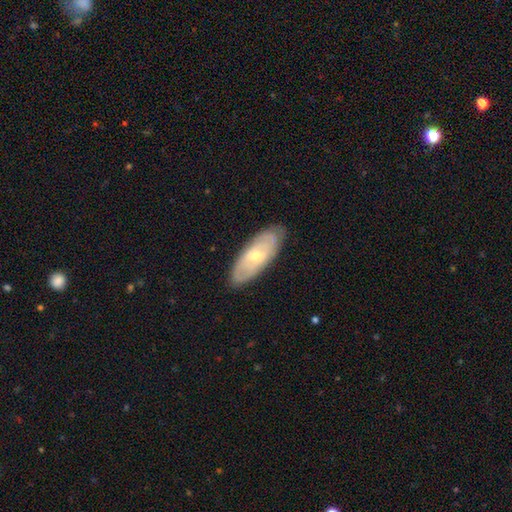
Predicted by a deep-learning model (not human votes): This is possibly a featured or disk galaxy (60%). It is clearly not viewed edge-on (82%). Merging: clearly none (83%).